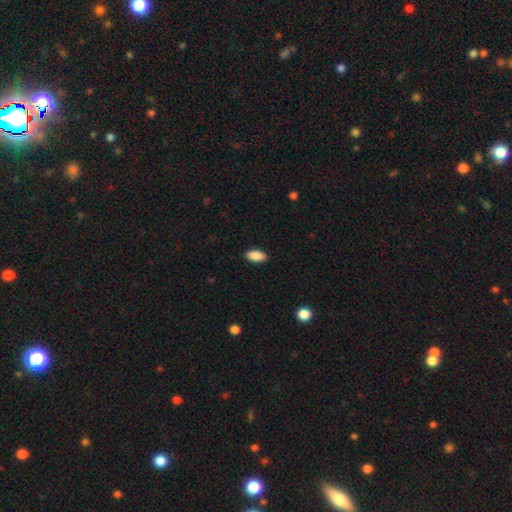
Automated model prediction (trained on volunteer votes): smooth 88%, star or artifact 7%, featured or disk 5%. Down the decision tree: how rounded — in between (91%); merging — none (89%).